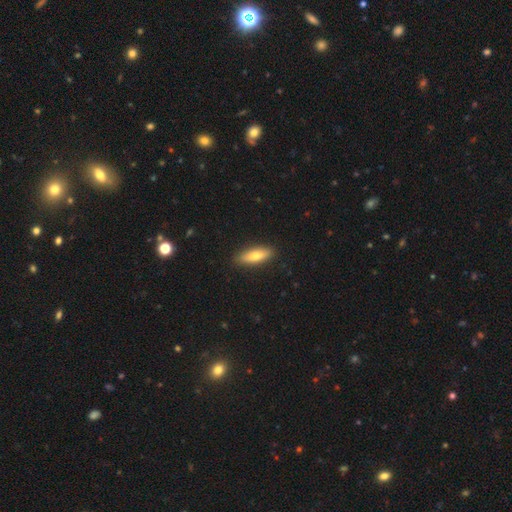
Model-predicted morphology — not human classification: smooth 70%, featured or disk 24%, star or artifact 6%. Down the decision tree: how rounded — in between (56%); merging — none (88%).